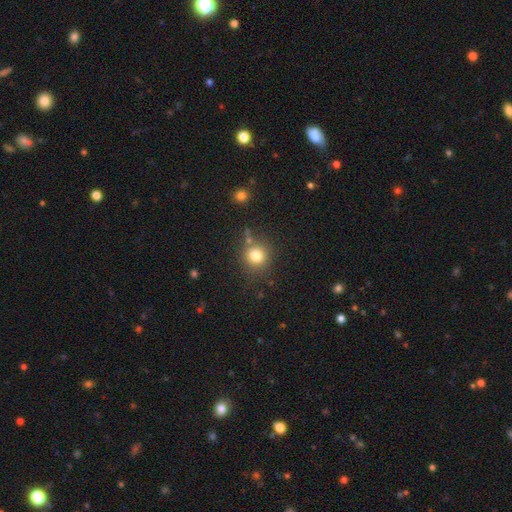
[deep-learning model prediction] Morphology: type=smooth (80%); roundness=round (90%); merging=none (78%).